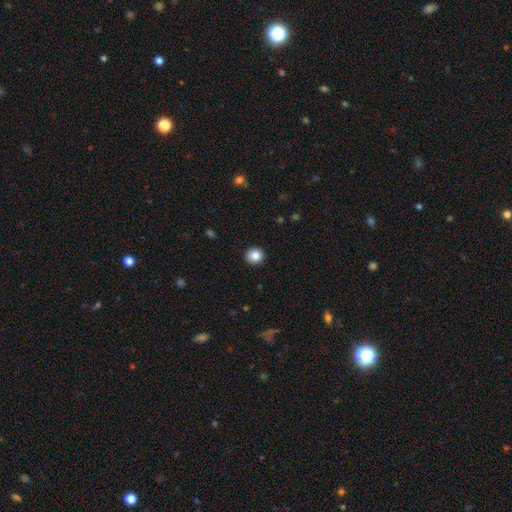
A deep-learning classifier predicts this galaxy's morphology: Overall: smooth (86%). How rounded: round (92%). Merging: none (93%).